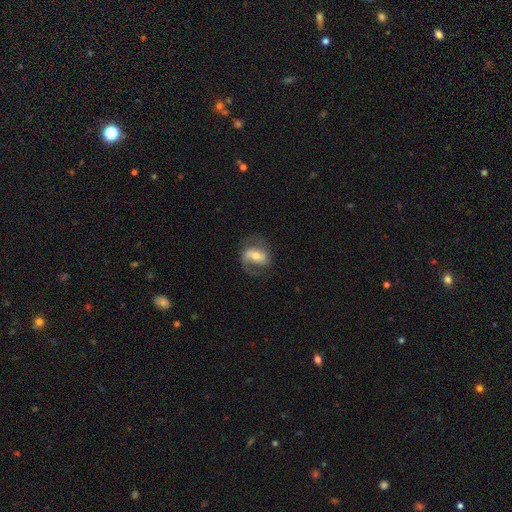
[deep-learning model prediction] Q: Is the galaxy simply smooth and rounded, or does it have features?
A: featured or disk — 75%.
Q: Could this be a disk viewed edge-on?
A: no — 96%.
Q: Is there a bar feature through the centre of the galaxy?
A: strong — 42%.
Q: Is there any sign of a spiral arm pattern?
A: yes — 90%.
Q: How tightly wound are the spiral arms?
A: medium — 49%.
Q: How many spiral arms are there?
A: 2 — 78%.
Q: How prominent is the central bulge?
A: moderate — 58%.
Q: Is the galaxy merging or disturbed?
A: none — 68%.